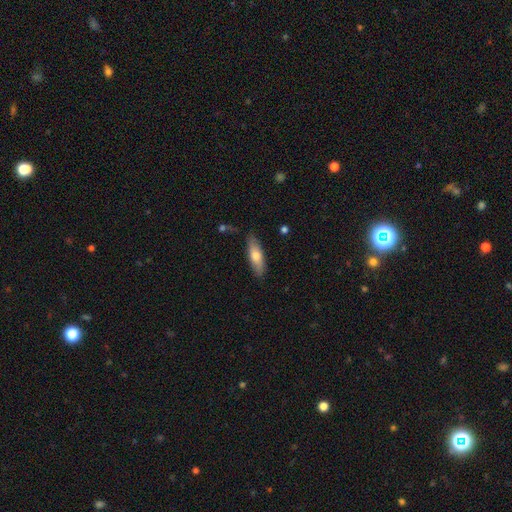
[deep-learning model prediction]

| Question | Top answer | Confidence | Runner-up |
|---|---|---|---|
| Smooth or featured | smooth | 67% | featured or disk (27%) |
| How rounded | in between | 52% | cigar-shaped (46%) |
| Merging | none | 82% | minor disturbance (13%) |